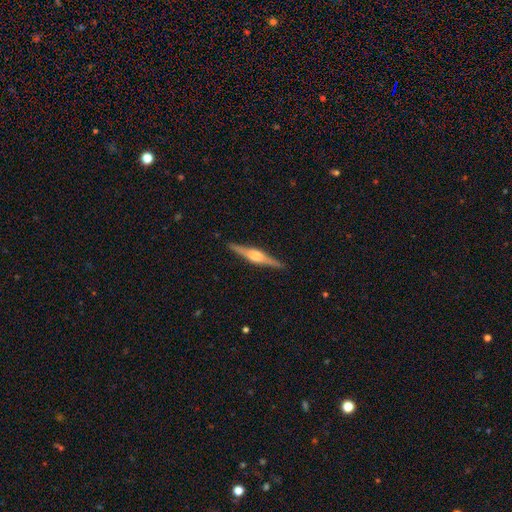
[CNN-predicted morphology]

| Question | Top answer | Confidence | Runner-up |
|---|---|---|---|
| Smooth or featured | featured or disk | 80% | smooth (14%) |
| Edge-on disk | yes | 98% | no (2%) |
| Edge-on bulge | rounded | 82% | boxy (15%) |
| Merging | none | 91% | minor disturbance (7%) |